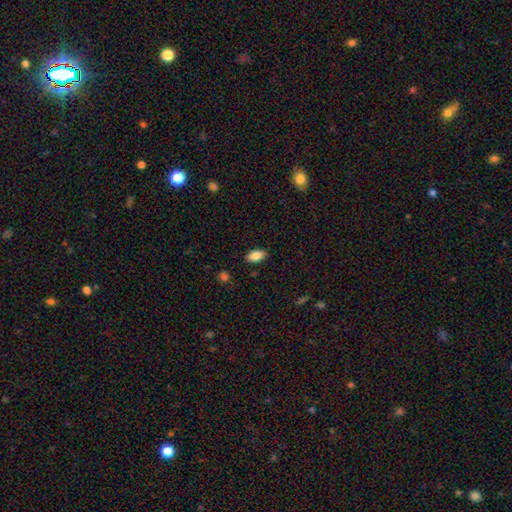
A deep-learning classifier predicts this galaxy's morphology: smooth-or-featured: smooth: 86% | star or artifact: 8% | featured or disk: 6%
  how-rounded: in between: 92% | round: 5% | cigar-shaped: 3%
  merging: none: 87% | minor disturbance: 10% | major disturbance: 2% | merger: 1%